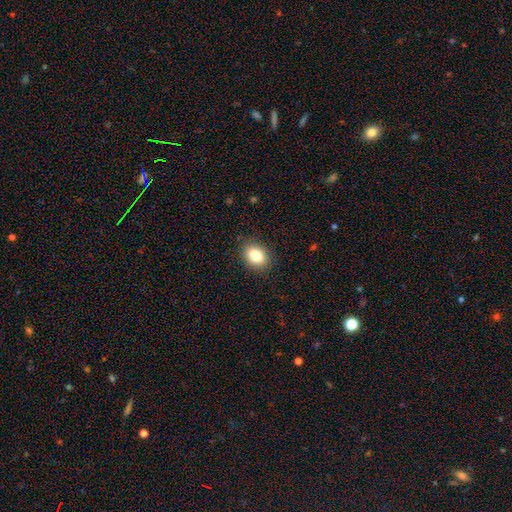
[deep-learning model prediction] Smooth or featured: smooth — 84% (star or artifact — 9%)
How rounded: in between — 66% (round — 33%)
Merging: none — 87% (minor disturbance — 9%)